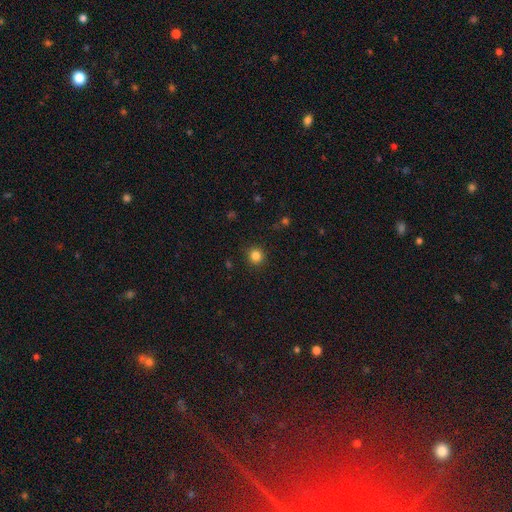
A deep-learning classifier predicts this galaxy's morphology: Smooth or featured? smooth (84%)
How rounded? round (93%)
Merging? none (91%)